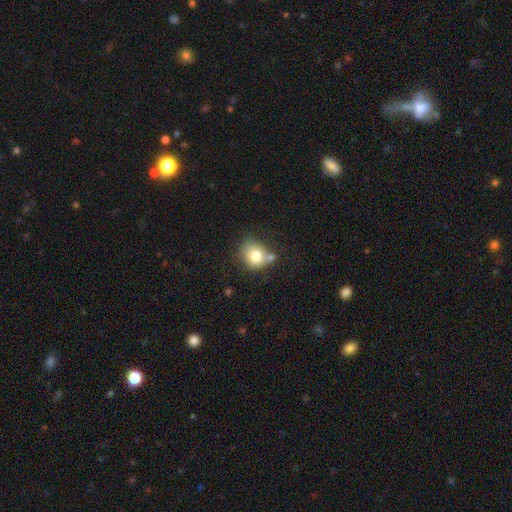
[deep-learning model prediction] Q: Smooth or featured?
A: smooth (77%); runner-up: featured or disk (13%)
Q: How rounded?
A: round (76%); runner-up: in between (23%)
Q: Merging?
A: none (50%); runner-up: merger (23%)